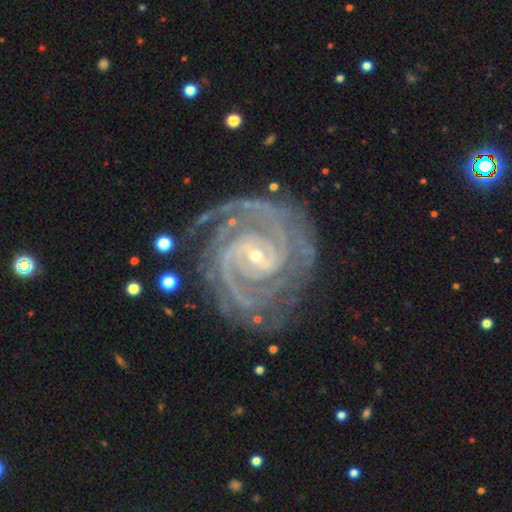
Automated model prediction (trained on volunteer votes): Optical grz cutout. It shows a featured or disk galaxy (93%) with a weak bar (42%), 2 (42%) tight (72%) spiral arms (99%) and a small central bulge (80%). Merging: none (77%).